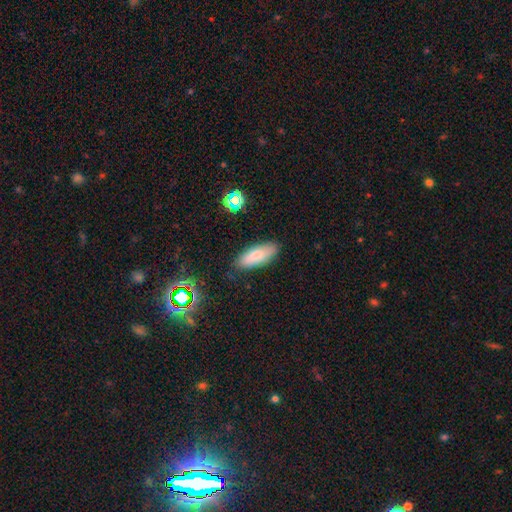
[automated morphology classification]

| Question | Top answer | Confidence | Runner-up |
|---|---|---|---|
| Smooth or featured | smooth | 81% | featured or disk (12%) |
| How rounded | in between | 73% | cigar-shaped (25%) |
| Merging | none | 83% | minor disturbance (13%) |